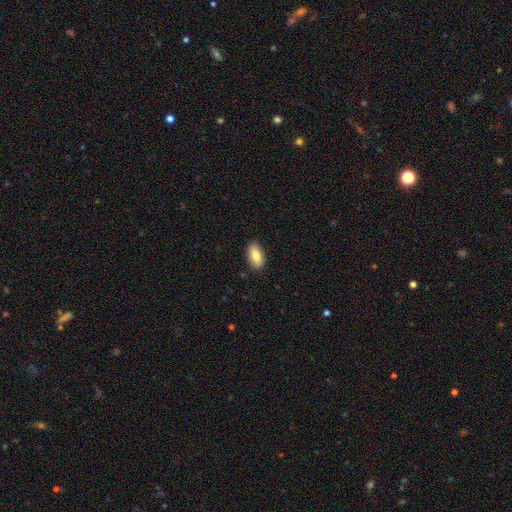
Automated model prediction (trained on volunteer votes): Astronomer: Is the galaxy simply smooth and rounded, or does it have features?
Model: smooth — 81%.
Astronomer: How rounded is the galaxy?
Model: in between — 90%.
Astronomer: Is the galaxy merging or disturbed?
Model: none — 88%.